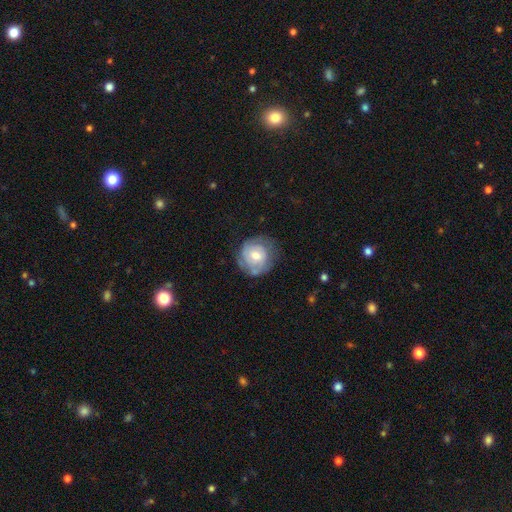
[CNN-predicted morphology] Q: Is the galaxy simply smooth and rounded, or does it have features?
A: featured or disk — 60%.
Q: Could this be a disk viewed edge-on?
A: no — 98%.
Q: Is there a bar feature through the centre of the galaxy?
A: no — 68%.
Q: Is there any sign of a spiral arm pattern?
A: yes — 79%.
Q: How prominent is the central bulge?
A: moderate — 62%.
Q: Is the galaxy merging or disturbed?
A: none — 70%.